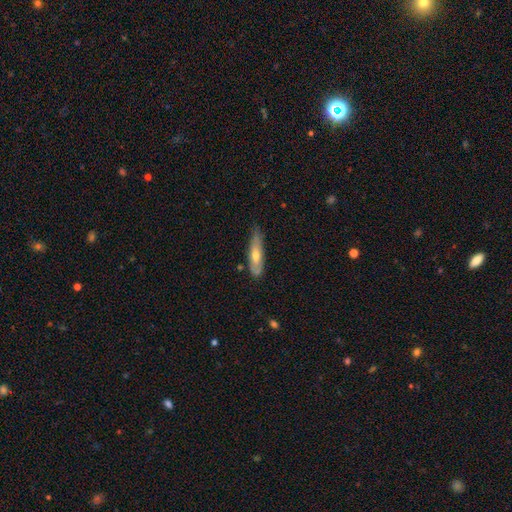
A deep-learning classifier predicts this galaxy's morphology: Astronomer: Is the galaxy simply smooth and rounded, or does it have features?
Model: featured or disk — 47% (runner-up: smooth, 46%).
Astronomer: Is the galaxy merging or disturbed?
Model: none — 67%.